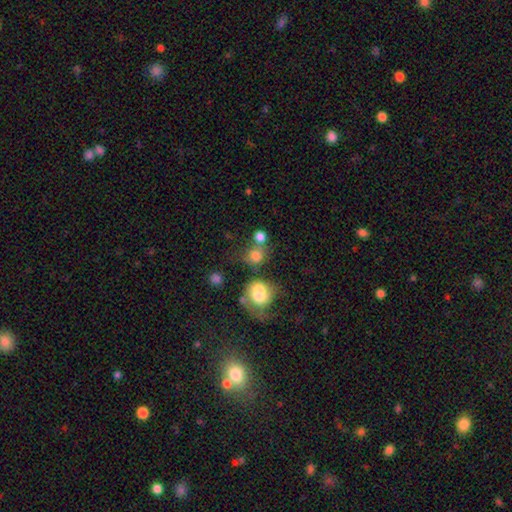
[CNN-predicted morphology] A smooth galaxy with no disk features (77%) that is round (79%). Merging: none (46%).